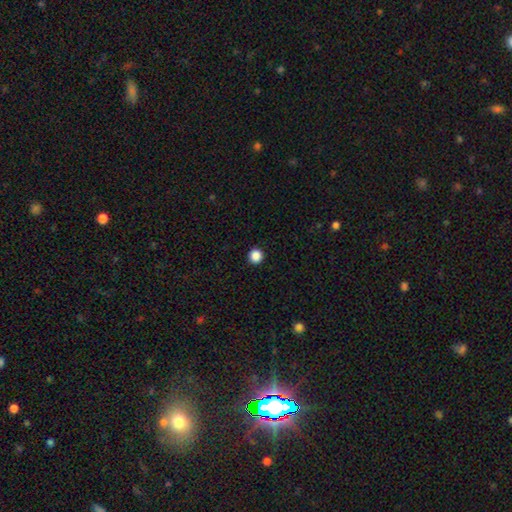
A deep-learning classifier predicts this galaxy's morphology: smooth 87%, star or artifact 10%, featured or disk 2%. Down the decision tree: how rounded — round (94%); merging — none (94%).